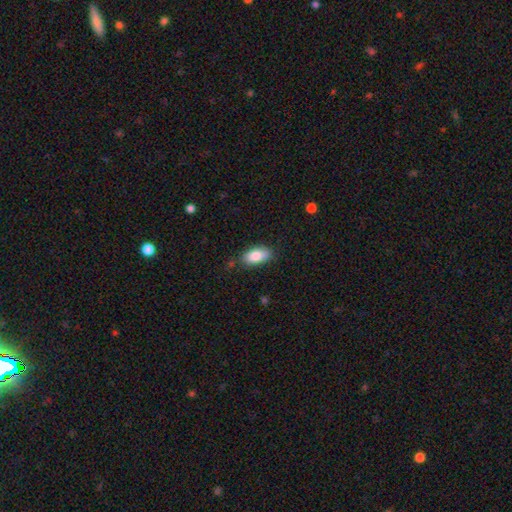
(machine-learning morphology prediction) Smooth or featured: smooth — 85% (featured or disk — 8%)
How rounded: in between — 91% (cigar-shaped — 6%)
Merging: none — 77% (minor disturbance — 17%)